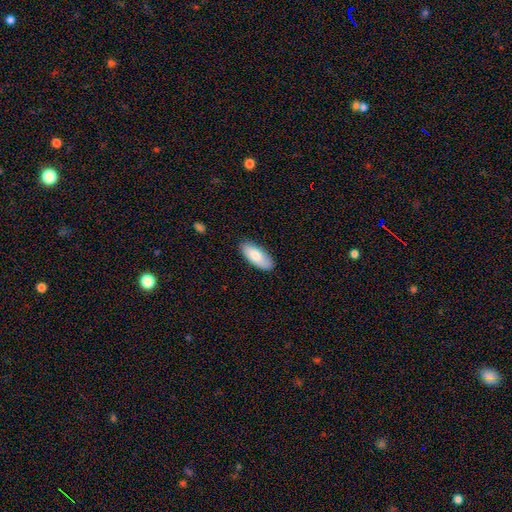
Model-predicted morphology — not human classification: Smooth or featured? smooth (82%)
How rounded? in between (87%)
Merging? none (85%)